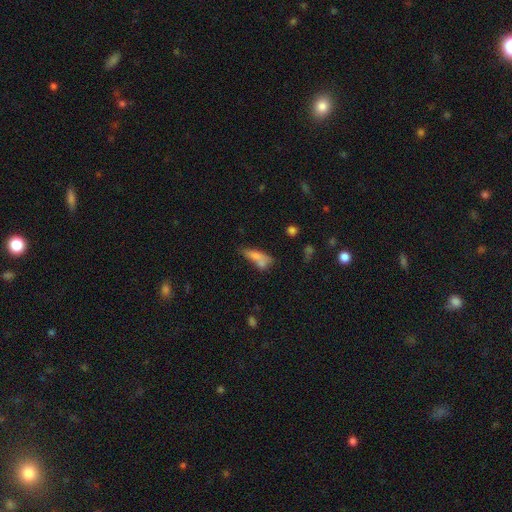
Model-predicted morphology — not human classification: type=smooth (69%); roundness=in between (52%); merging=none (37%).